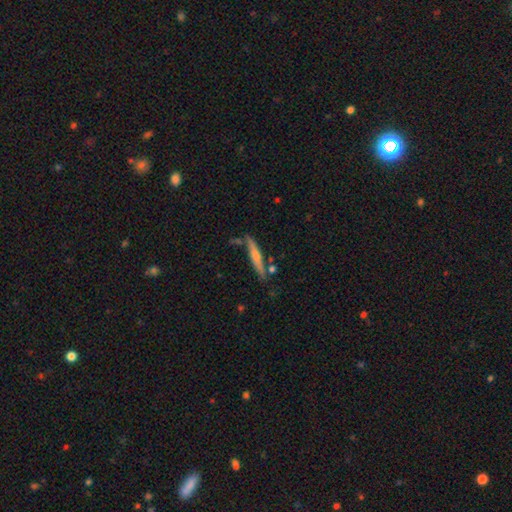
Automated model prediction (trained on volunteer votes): A featured or disk galaxy (62%) viewed edge-on (94%) with a rounded central bulge (72%).

Vote fractions:
- Smooth or featured? featured or disk: 62% / smooth: 30% / star or artifact: 8%
- Edge-on disk? yes: 94% / no: 6%
- Edge-on bulge? rounded: 72% / none: 21% / boxy: 7%
- Merging? none: 77% / minor disturbance: 14% / merger: 5% / major disturbance: 3%